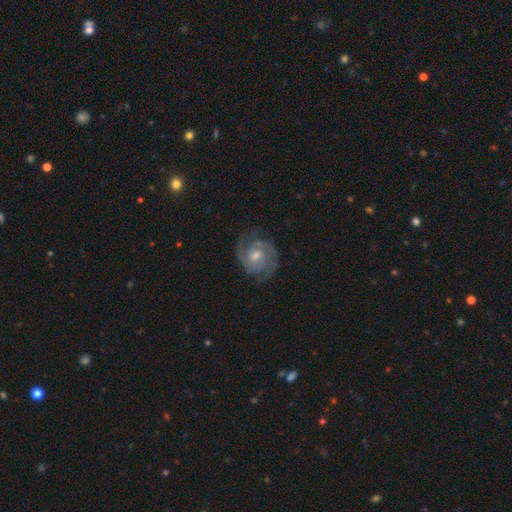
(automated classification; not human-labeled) This appears to be a featured or disk galaxy (86%) with no bar (52%), 2 (56%) tight (57%) spiral arms (97%) and a moderate central bulge (64%). Merging: none (78%).